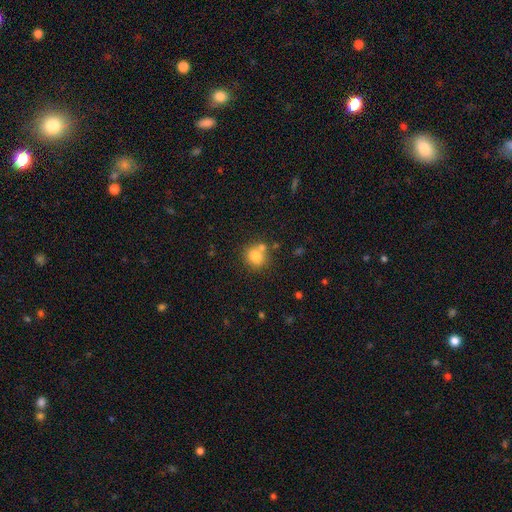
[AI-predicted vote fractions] The model was most divided on "merging": none: 57%, merger: 25%, minor disturbance: 13%, major disturbance: 5%. More confident: smooth or featured — smooth (79%); how rounded — round (73%).